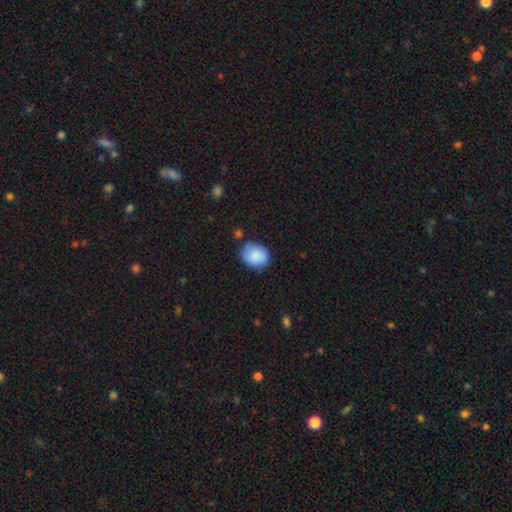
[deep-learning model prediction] Overall: smooth (87%). How rounded: in between (52%; round 47%). Merging: none (68%).